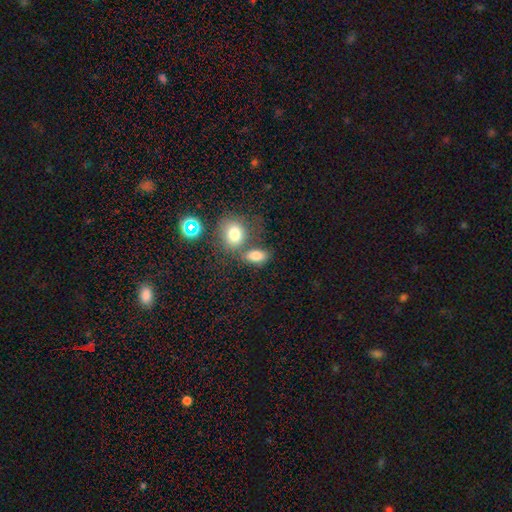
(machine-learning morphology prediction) smooth-or-featured: smooth: 81% | star or artifact: 12% | featured or disk: 8%
  how-rounded: in between: 81% | round: 16% | cigar-shaped: 3%
  merging: none: 56% | merger: 25% | minor disturbance: 13% | major disturbance: 6%